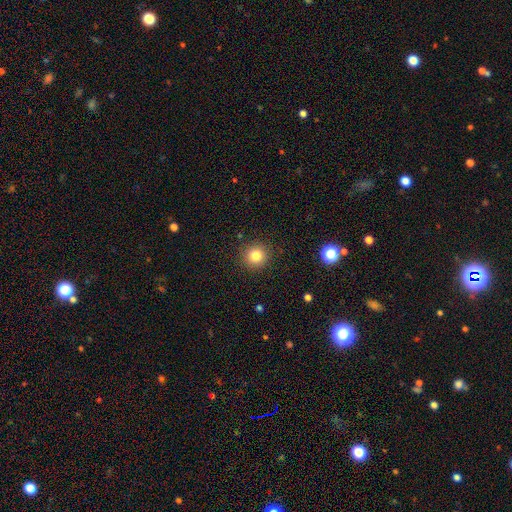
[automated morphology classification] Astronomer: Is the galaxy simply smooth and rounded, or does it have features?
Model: smooth — 82%.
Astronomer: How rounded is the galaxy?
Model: round — 93%.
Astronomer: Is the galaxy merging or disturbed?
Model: none — 90%.